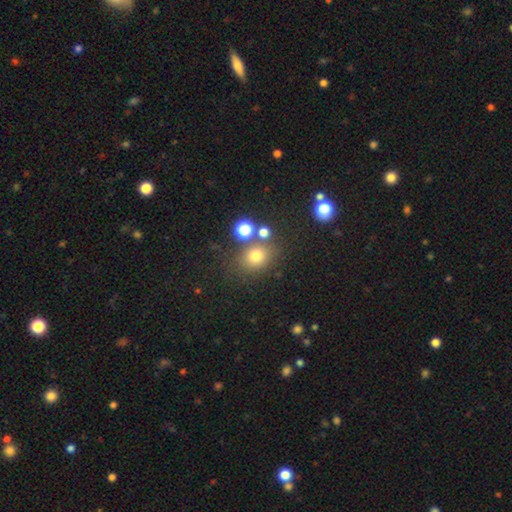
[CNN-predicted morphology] The model was most divided on "how rounded": round: 70%, in between: 29%, cigar-shaped: 1%. More confident: smooth or featured — smooth (73%); merging — none (72%).